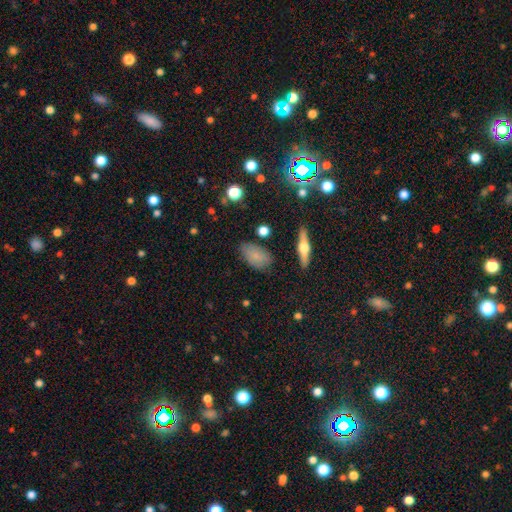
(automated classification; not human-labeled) Smooth or featured: smooth — 76% (featured or disk — 14%)
How rounded: in between — 90% (round — 7%)
Merging: none — 77% (minor disturbance — 16%)